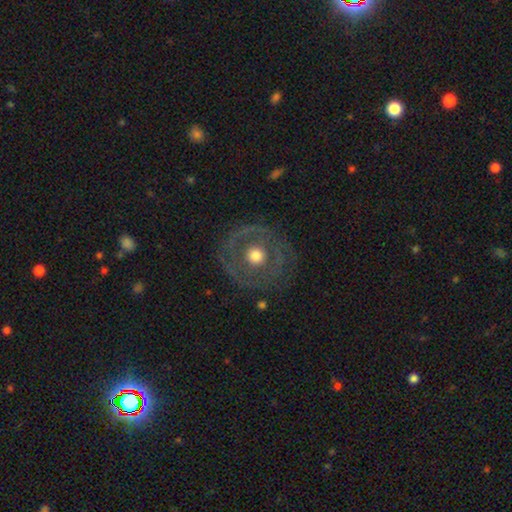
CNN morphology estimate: smooth_or_featured: featured or disk (p=0.54) [alt: smooth p=0.38]
disk_edge_on: no (p=0.96) [alt: yes p=0.04]
bar: no (p=0.89) [alt: weak p=0.08]
has_spiral_arms: no (p=0.75) [alt: yes p=0.25]
bulge_size: moderate (p=0.62) [alt: large p=0.27]
merging: none (p=0.78) [alt: minor disturbance p=0.12]